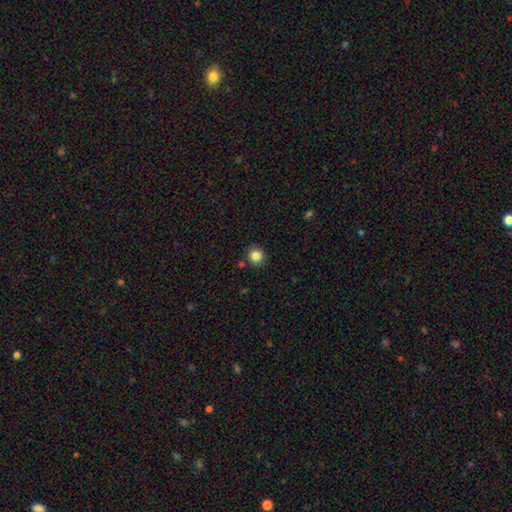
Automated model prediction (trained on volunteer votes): Smooth or featured: smooth — 85% (star or artifact — 11%)
How rounded: round — 92% (in between — 7%)
Merging: none — 87% (minor disturbance — 7%)